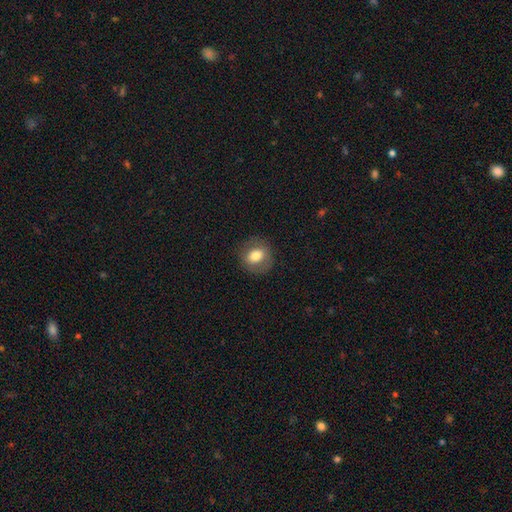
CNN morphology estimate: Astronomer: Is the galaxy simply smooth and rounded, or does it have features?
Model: smooth — 71%.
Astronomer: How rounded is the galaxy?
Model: round — 64%.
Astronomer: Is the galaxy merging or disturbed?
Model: none — 84%.